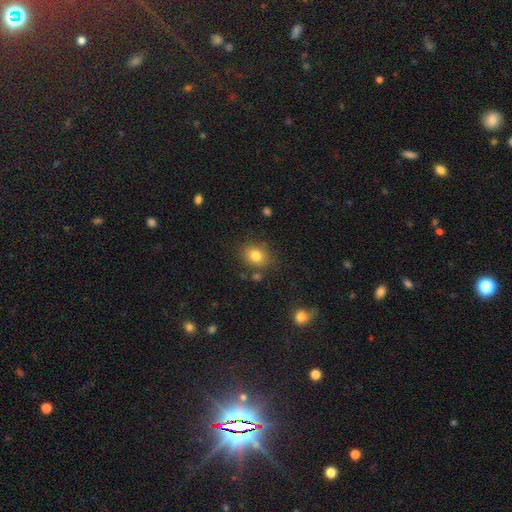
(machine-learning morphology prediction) Smooth or featured? smooth (80%)
How rounded? round (53%)
Merging? none (81%)